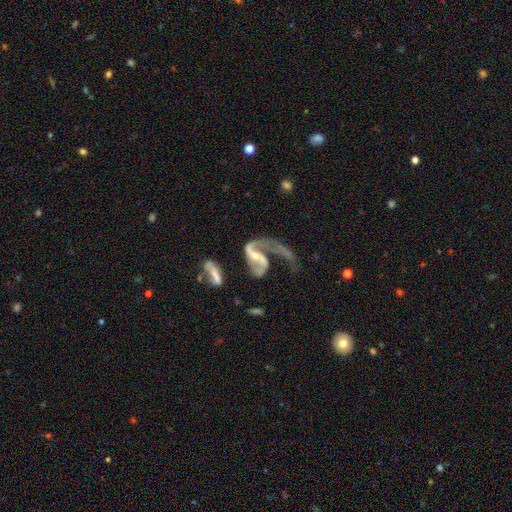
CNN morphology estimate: A featured or disk galaxy (84%) with a weak bar (43%), 2 (62%) loose (76%) spiral arms (88%) and a small central bulge (51%).

Vote fractions:
- Smooth or featured? featured or disk: 84% / smooth: 10% / star or artifact: 6%
- Edge-on disk? no: 97% / yes: 3%
- Bar? weak: 43% / no: 30% / strong: 26%
- Spiral arms? yes: 88% / no: 12%
- Spiral winding? loose: 76% / medium: 19% / tight: 5%
- Spiral arm count? 2: 62% / 1: 31% / can't tell: 4% / 3: 1% / 4: 1% / more than 4: 1%
- Bulge size? small: 51% / moderate: 33% / none: 12% / large: 3% / dominant: 1%
- Merging? major disturbance: 55% / none: 20% / merger: 13% / minor disturbance: 12%